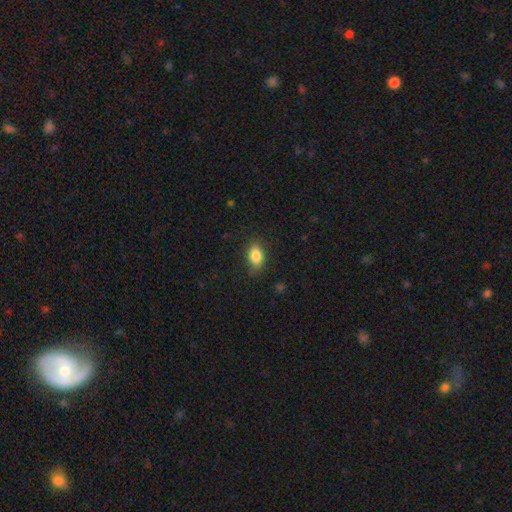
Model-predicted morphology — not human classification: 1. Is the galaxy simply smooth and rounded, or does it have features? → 85% smooth, 8% star or artifact, 7% featured or disk.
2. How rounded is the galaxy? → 85% in between, 13% round, 2% cigar-shaped.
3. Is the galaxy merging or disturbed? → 79% none, 16% minor disturbance, 4% major disturbance, 1% merger.